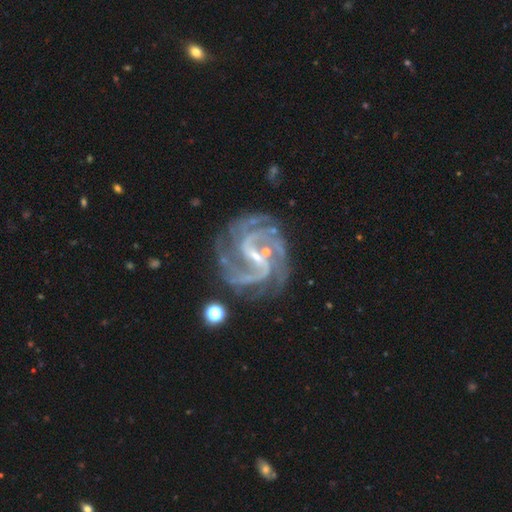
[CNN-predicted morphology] Smooth or featured: featured or disk — 92% (star or artifact — 5%)
Edge-on disk: no — 98% (yes — 2%)
Bar: strong — 47% (weak — 41%)
Spiral arms: yes — 98% (no — 2%)
Spiral winding: medium — 56% (tight — 31%)
Spiral arm count: 2 — 48% (3 — 22%)
Bulge size: small — 74% (moderate — 15%)
Merging: none — 69% (minor disturbance — 17%)